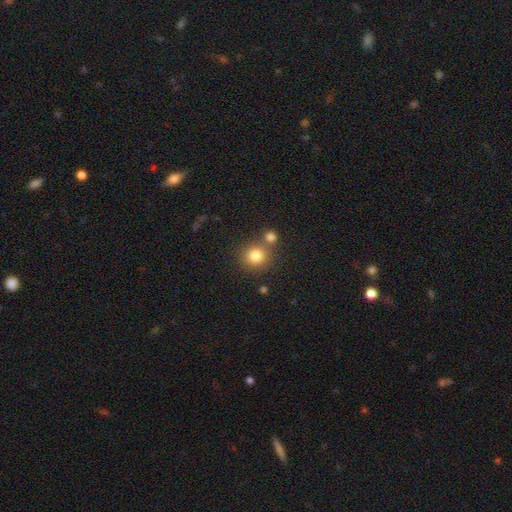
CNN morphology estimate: smooth-or-featured: smooth: 81% | star or artifact: 12% | featured or disk: 7%
  how-rounded: round: 91% | in between: 8% | cigar-shaped: 1%
  merging: none: 69% | merger: 20% | minor disturbance: 8% | major disturbance: 3%